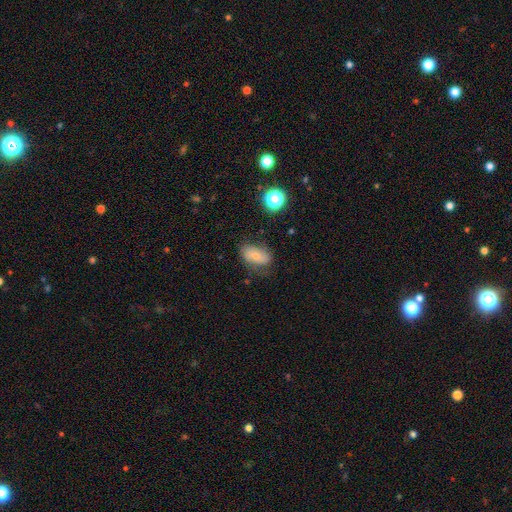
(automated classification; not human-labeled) The model was most divided on "smooth or featured": smooth: 59%, featured or disk: 30%, star or artifact: 11%. More confident: how rounded — in between (88%); merging — none (61%).